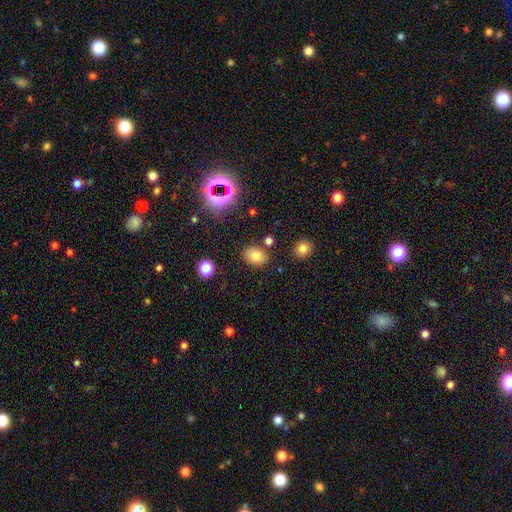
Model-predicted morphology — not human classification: This appears to be a smooth galaxy with no disk features (77%) that is in between round and cigar-shaped (68%). Merging: none (81%).